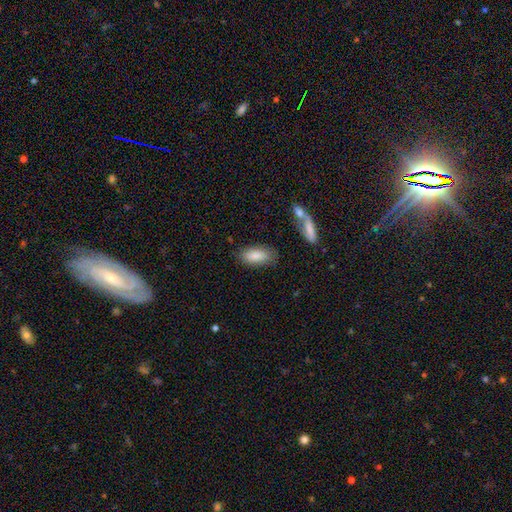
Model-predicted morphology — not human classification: smooth 86%, featured or disk 8%, star or artifact 6%. Down the decision tree: how rounded — in between (85%); merging — none (76%).